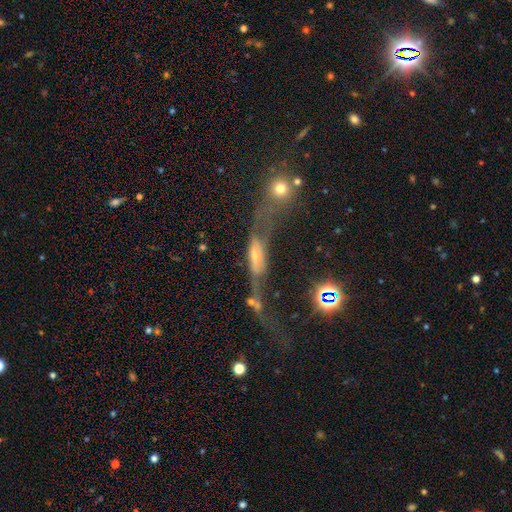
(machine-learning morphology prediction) featured or disk 54%, smooth 31%, star or artifact 15%. Down the decision tree: edge-on disk — no (58%); merging — merger (33%).